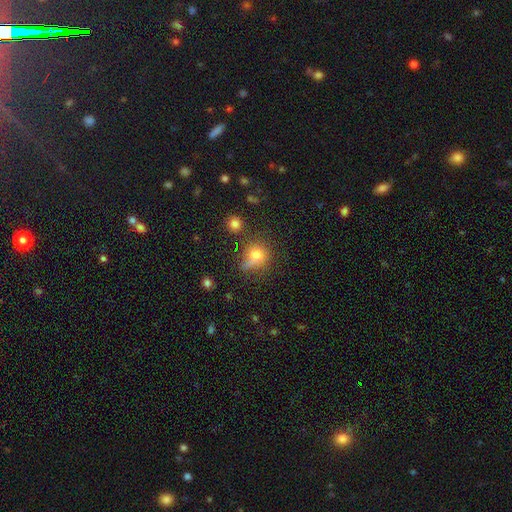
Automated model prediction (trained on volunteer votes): Overall: smooth (71%). How rounded: round (73%). Merging: none (53%; minor disturbance 23%).